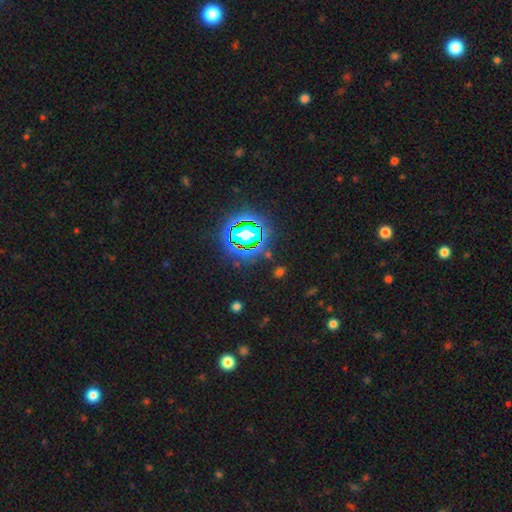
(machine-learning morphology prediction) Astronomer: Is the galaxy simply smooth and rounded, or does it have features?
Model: star or artifact — 83%.